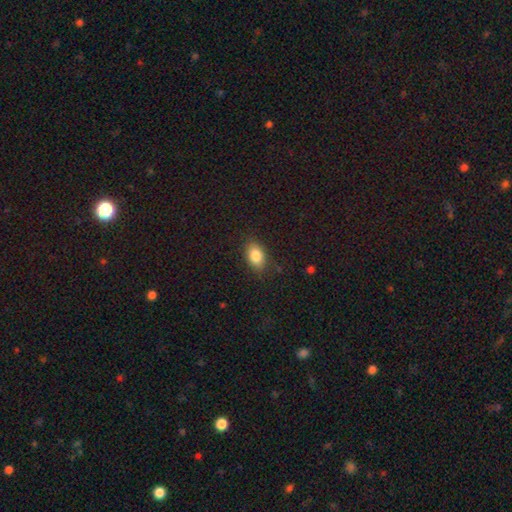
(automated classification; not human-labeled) The model was most divided on "merging": none: 84%, minor disturbance: 12%, major disturbance: 3%, merger: 1%. More confident: how rounded — in between (86%); smooth or featured — smooth (84%).